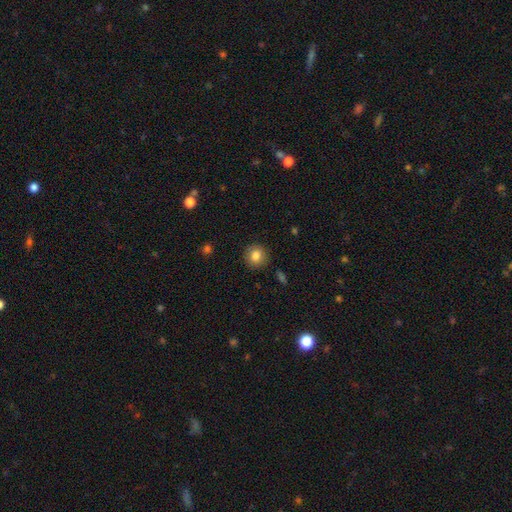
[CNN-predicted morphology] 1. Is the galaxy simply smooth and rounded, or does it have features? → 84% smooth, 9% star or artifact, 7% featured or disk.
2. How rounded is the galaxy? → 89% round, 10% in between, 1% cigar-shaped.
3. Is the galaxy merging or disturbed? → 90% none, 7% minor disturbance, 2% major disturbance, 1% merger.